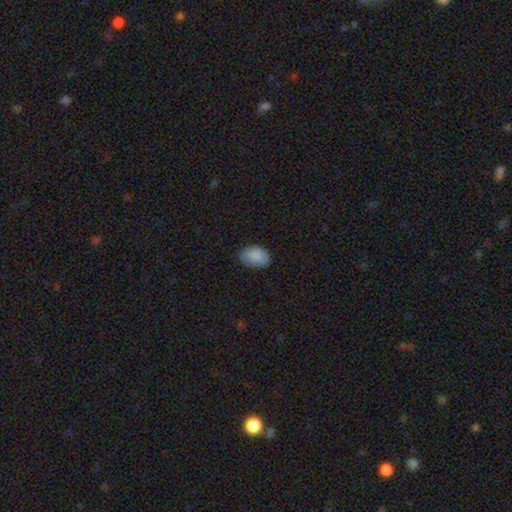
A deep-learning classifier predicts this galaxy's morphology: smooth_or_featured: smooth (p=0.88) [alt: star or artifact p=0.07]
how_rounded: in between (p=0.86) [alt: round p=0.13]
merging: none (p=0.77) [alt: minor disturbance p=0.19]